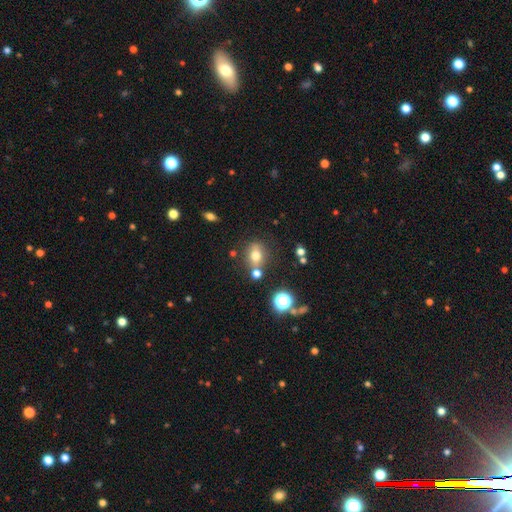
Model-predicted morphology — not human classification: Q: Smooth or featured?
A: smooth (68%); runner-up: star or artifact (16%)
Q: How rounded?
A: in between (53%); runner-up: round (44%)
Q: Merging?
A: none (66%); runner-up: merger (15%)